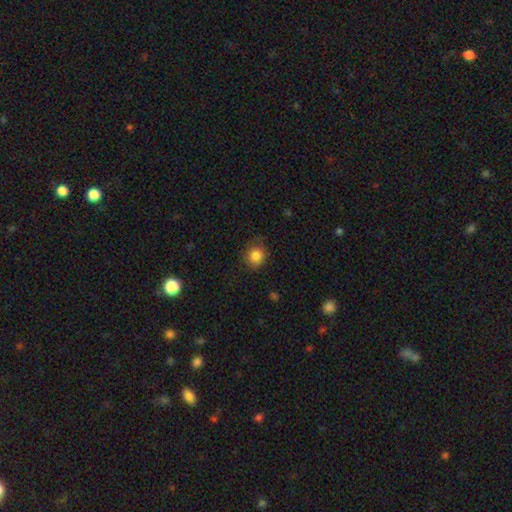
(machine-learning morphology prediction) The model was most divided on "merging": none: 75%, minor disturbance: 18%, major disturbance: 5%, merger: 1%. More confident: smooth or featured — smooth (84%); how rounded — round (80%).